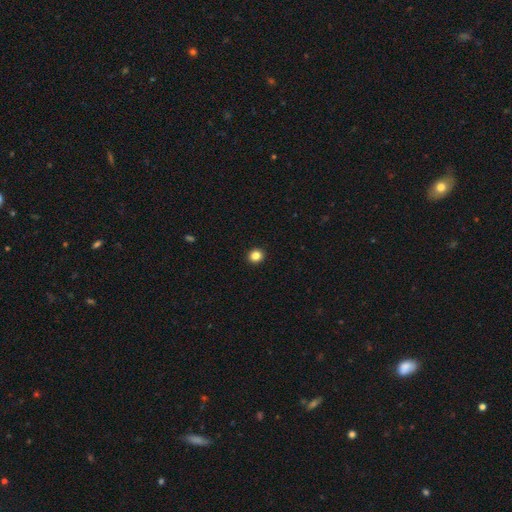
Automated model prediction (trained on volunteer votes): Overall: smooth (85%). How rounded: round (84%). Merging: none (93%).